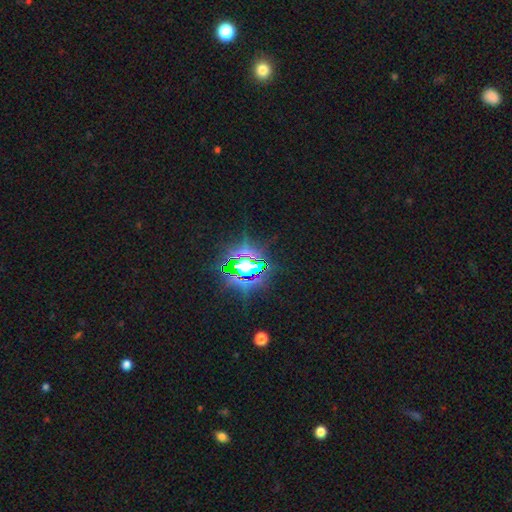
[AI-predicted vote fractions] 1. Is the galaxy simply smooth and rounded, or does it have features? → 79% star or artifact, 11% smooth, 10% featured or disk.